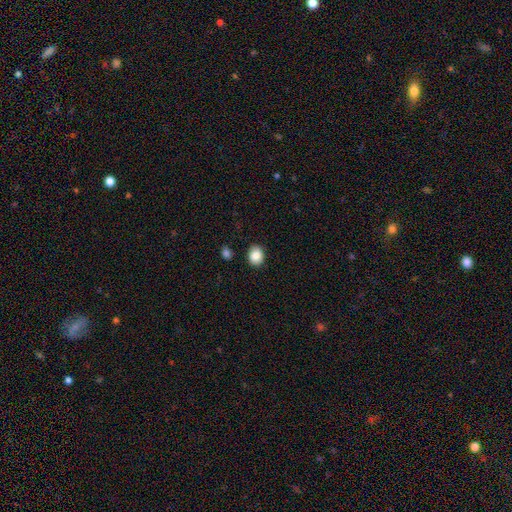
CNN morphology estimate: Smooth or featured? Predicted: smooth (p=0.87). How rounded? Predicted: round (p=0.54). Merging? Predicted: none (p=0.85).